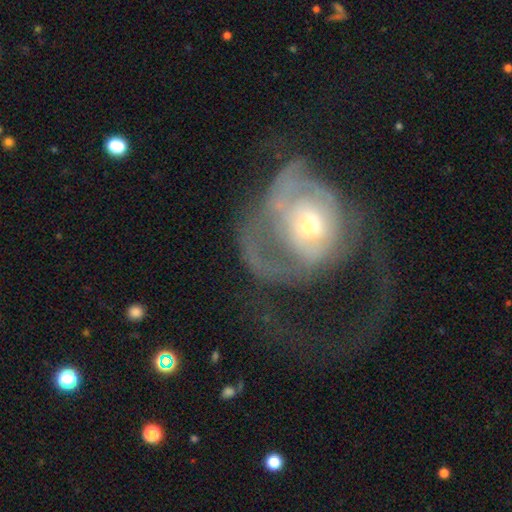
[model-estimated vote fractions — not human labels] A featured or disk galaxy (69%) with no bar (77%), spiral arms (60%) and a moderate central bulge (59%).

Vote fractions:
- Smooth or featured? featured or disk: 69% / smooth: 23% / star or artifact: 8%
- Edge-on disk? no: 97% / yes: 3%
- Bar? no: 77% / weak: 18% / strong: 5%
- Spiral arms? yes: 60% / no: 40%
- Bulge size? moderate: 59% / small: 31% / large: 7% / dominant: 2% / none: 1%
- Merging? major disturbance: 70% / none: 16% / minor disturbance: 10% / merger: 4%